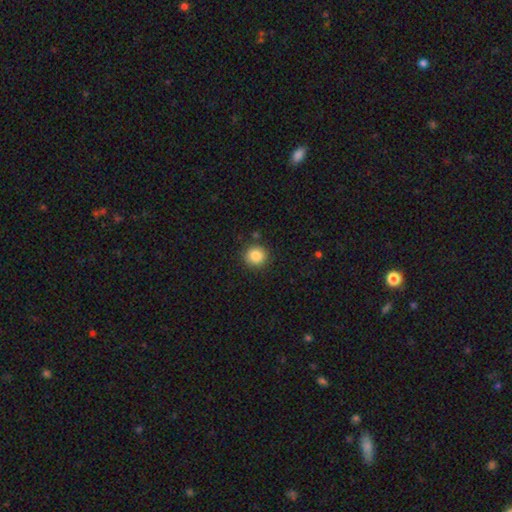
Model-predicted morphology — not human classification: The model was most divided on "smooth or featured": smooth: 87%, star or artifact: 10%, featured or disk: 4%. More confident: how rounded — round (93%); merging — none (89%).